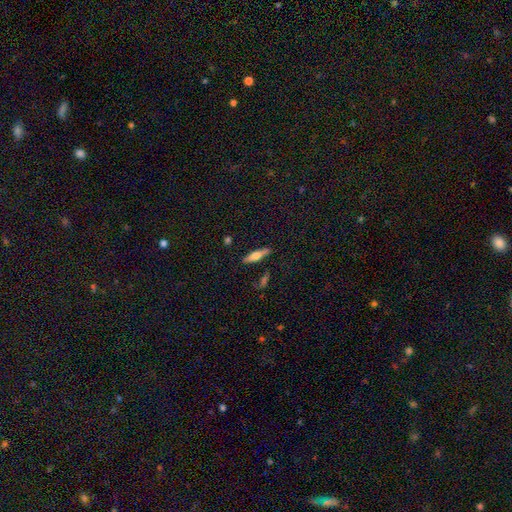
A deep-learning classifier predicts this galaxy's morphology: A featured or disk galaxy (48%). Merging: none (83%).